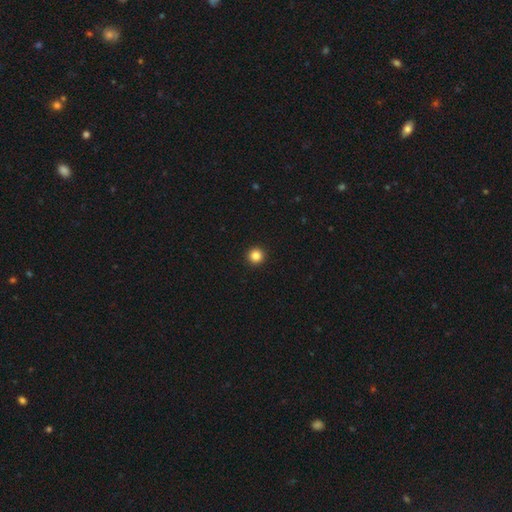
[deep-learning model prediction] Smooth or featured?
  - smooth: 85% *
  - star or artifact: 11%
  - featured or disk: 4%
How rounded?
  - round: 97% *
  - in between: 2%
  - cigar-shaped: 1%
Merging?
  - none: 95% *
  - minor disturbance: 3%
  - major disturbance: 1%
  - merger: 1%